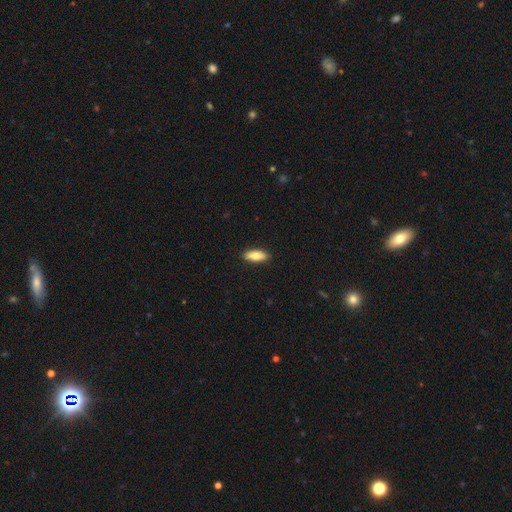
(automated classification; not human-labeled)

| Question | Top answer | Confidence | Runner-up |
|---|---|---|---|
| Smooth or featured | smooth | 82% | featured or disk (12%) |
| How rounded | in between | 67% | cigar-shaped (30%) |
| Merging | none | 90% | minor disturbance (7%) |